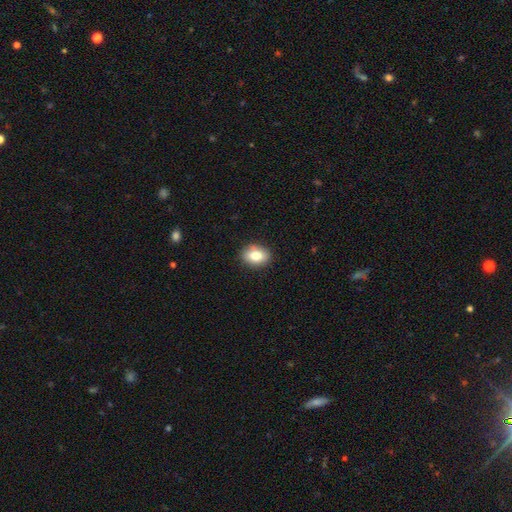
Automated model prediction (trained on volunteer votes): Smooth or featured?
  - smooth: 80% *
  - featured or disk: 11%
  - star or artifact: 9%
How rounded?
  - in between: 66% *
  - round: 32%
  - cigar-shaped: 1%
Merging?
  - none: 86% *
  - minor disturbance: 10%
  - major disturbance: 2%
  - merger: 1%